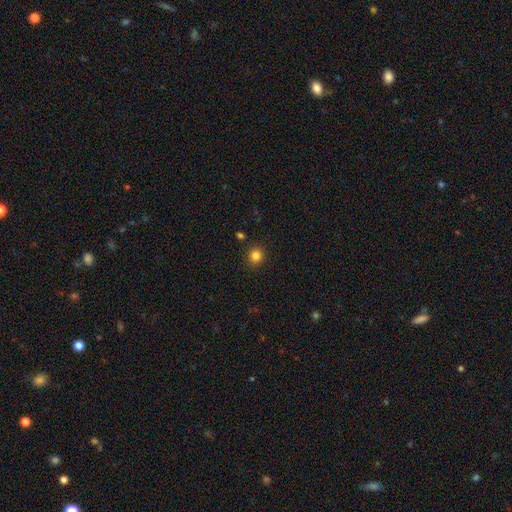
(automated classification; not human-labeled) Smooth or featured?
  - smooth: 83% *
  - star or artifact: 12%
  - featured or disk: 5%
How rounded?
  - round: 89% *
  - in between: 10%
  - cigar-shaped: 1%
Merging?
  - none: 91% *
  - minor disturbance: 6%
  - major disturbance: 2%
  - merger: 2%